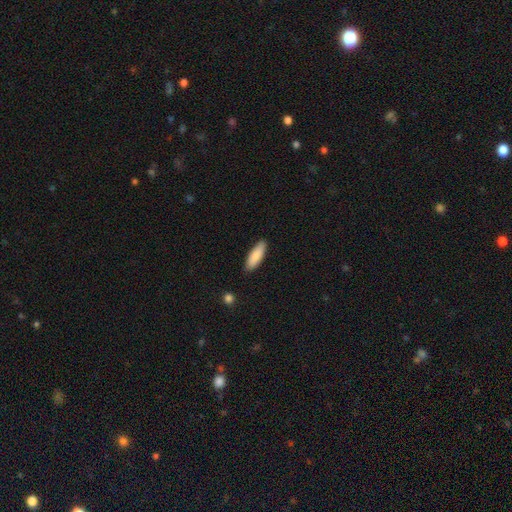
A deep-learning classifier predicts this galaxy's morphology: A smooth galaxy with no disk features (85%) that is in between round and cigar-shaped (57%). Merging: none (86%).